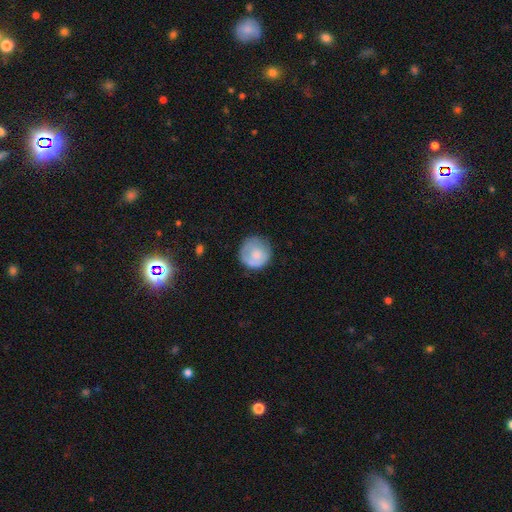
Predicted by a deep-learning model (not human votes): Smooth or featured: smooth — 71% (featured or disk — 22%)
How rounded: round — 92% (in between — 7%)
Merging: none — 70% (minor disturbance — 21%)